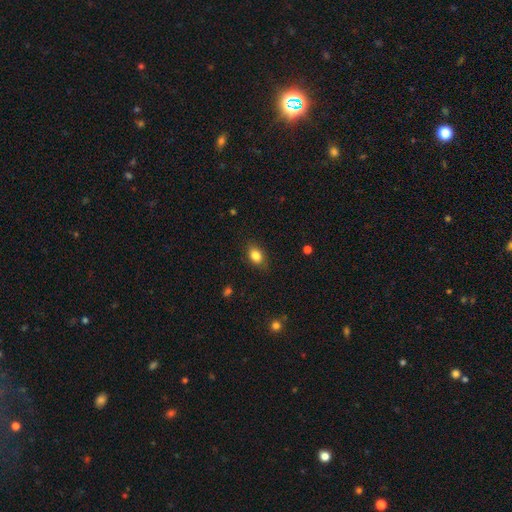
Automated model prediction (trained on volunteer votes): smooth 84%, star or artifact 8%, featured or disk 8%. Down the decision tree: how rounded — in between (81%); merging — none (83%).